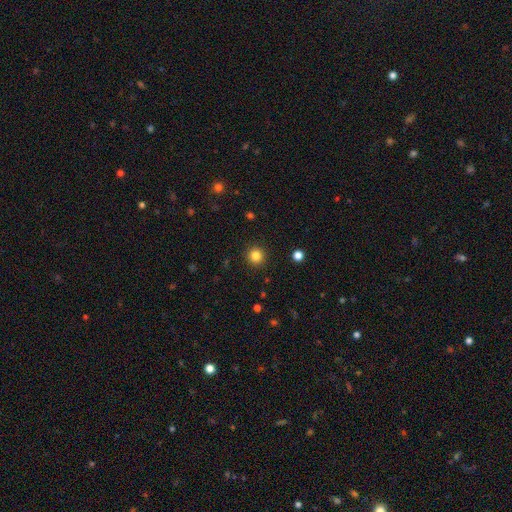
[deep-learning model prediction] This is clearly a smooth galaxy (83%). How rounded: clearly round (95%). Merging: clearly none (92%).